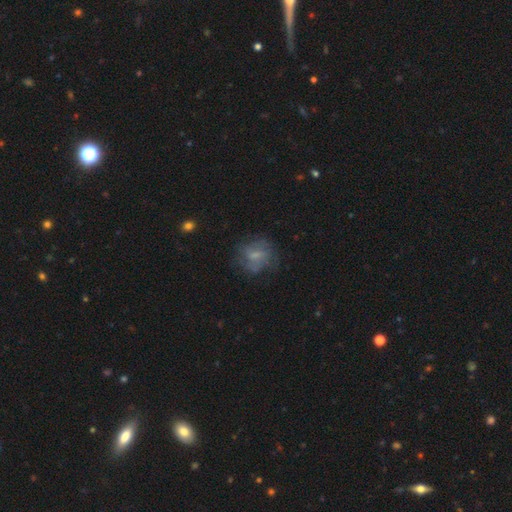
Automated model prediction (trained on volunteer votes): Smooth or featured? Predicted: smooth (p=0.49). Merging? Predicted: none (p=0.60).